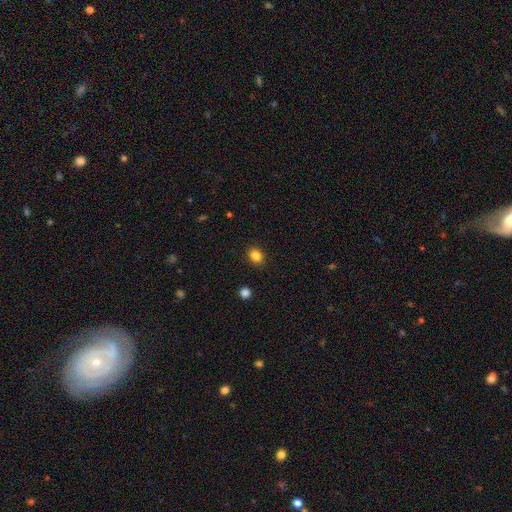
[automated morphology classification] Smooth or featured? smooth (85%)
How rounded? round (61%)
Merging? none (89%)